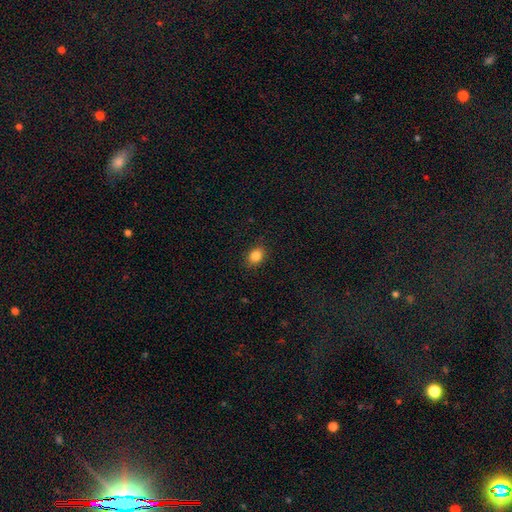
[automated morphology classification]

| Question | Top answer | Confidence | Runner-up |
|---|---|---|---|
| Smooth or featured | smooth | 85% | star or artifact (10%) |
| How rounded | in between | 57% | round (42%) |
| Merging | none | 88% | minor disturbance (9%) |